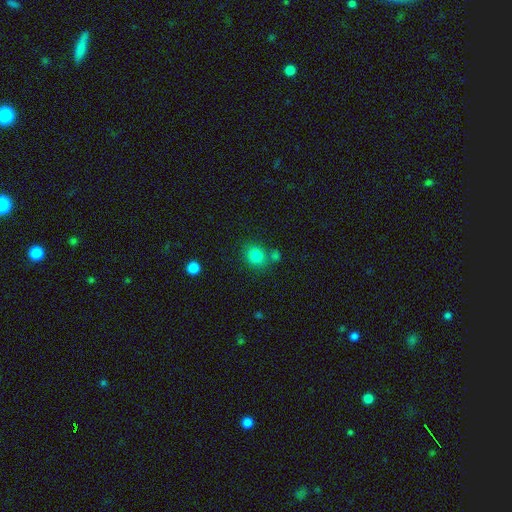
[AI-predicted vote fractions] Smooth or featured? Predicted: smooth (p=0.82). How rounded? Predicted: round (p=0.76). Merging? Predicted: none (p=0.70).